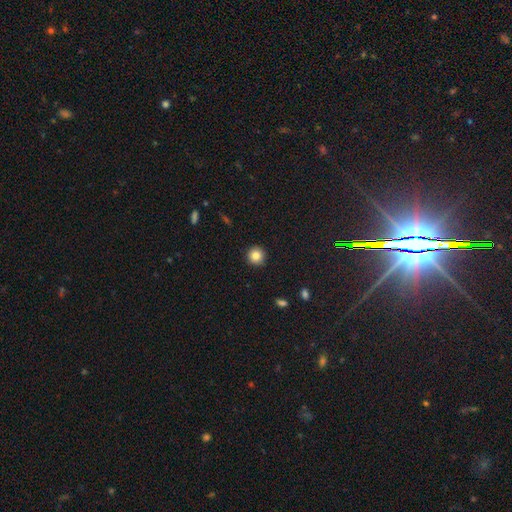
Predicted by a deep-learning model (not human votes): Overall: smooth (83%). How rounded: round (95%). Merging: none (92%).